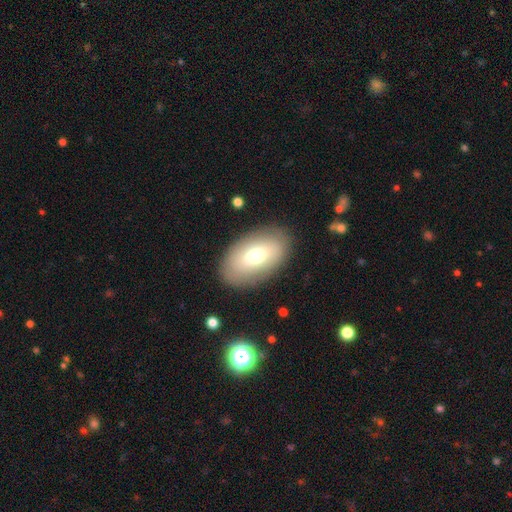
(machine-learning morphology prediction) Smooth or featured: smooth — 64% (featured or disk — 28%)
How rounded: in between — 92% (round — 6%)
Merging: none — 85% (minor disturbance — 10%)